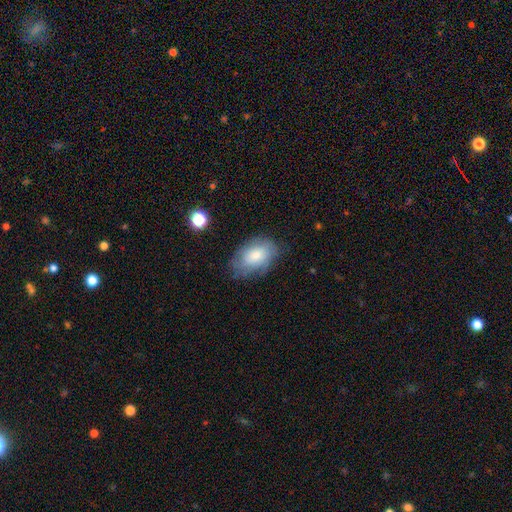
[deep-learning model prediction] smooth 62%, featured or disk 30%, star or artifact 8%. Down the decision tree: how rounded — in between (89%); merging — none (68%).